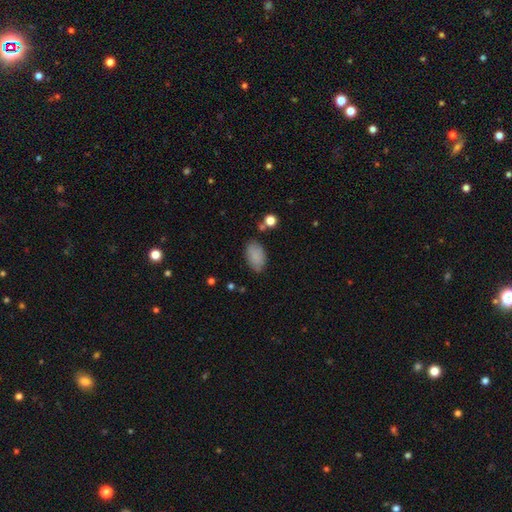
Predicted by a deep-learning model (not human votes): Smooth or featured? smooth (86%)
How rounded? in between (93%)
Merging? none (77%)